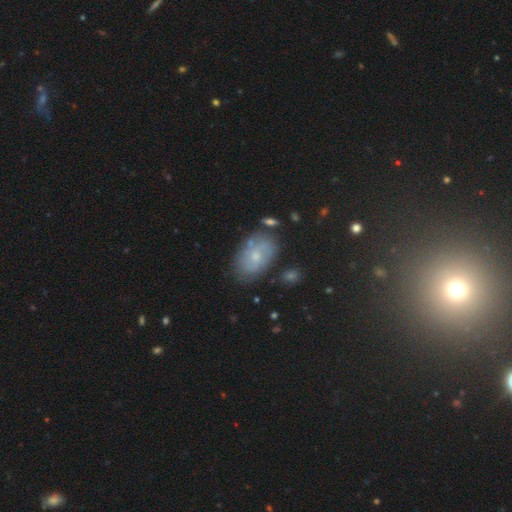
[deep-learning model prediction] This is possibly a smooth galaxy (46%). Merging: likely none (69%).